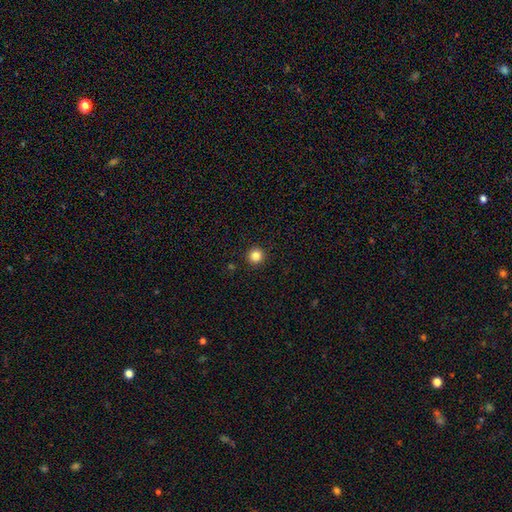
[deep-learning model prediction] Morphology: type=smooth (84%); roundness=round (96%); merging=none (93%).